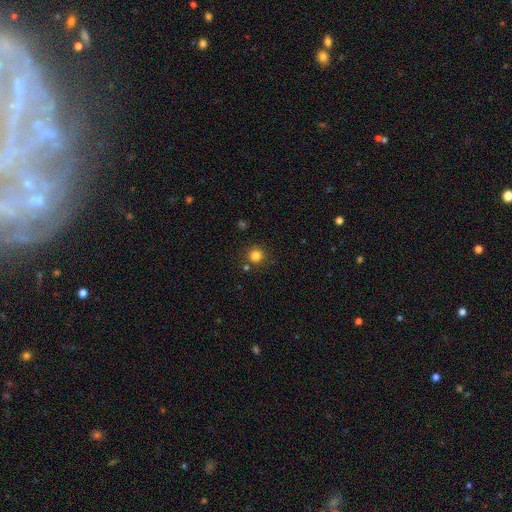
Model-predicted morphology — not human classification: A smooth galaxy with no disk features (82%) that is round (93%). Merging: none (84%).